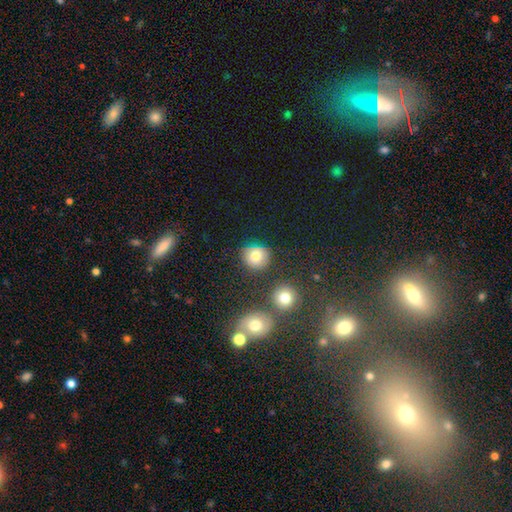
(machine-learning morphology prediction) smooth_or_featured: smooth (p=0.76) [alt: star or artifact p=0.12]
how_rounded: round (p=0.86) [alt: in between p=0.13]
merging: none (p=0.79) [alt: minor disturbance p=0.12]